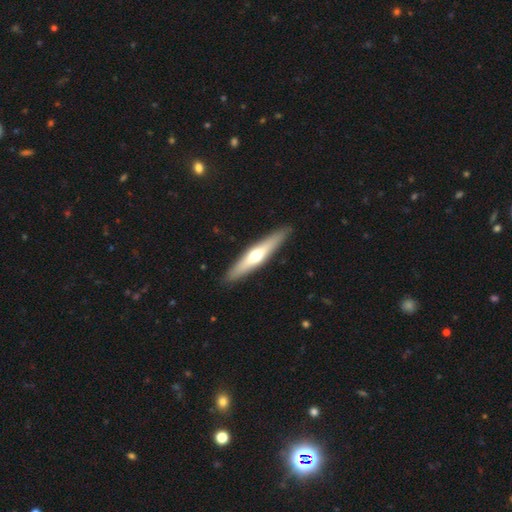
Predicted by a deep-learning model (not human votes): featured or disk 53%, smooth 42%, star or artifact 5%. Down the decision tree: edge-on disk — yes (92%); merging — none (91%).